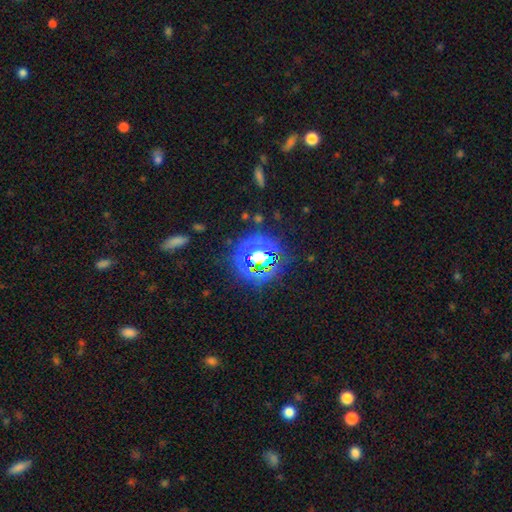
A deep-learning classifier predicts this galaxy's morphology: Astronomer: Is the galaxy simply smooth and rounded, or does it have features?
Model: star or artifact — 64%.